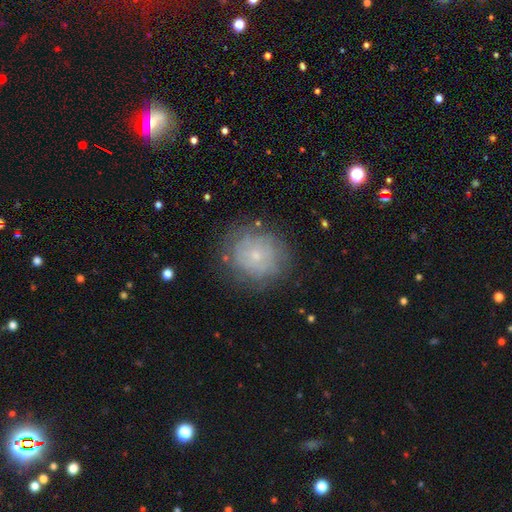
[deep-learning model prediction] A featured or disk galaxy (50%). Merging: none (74%).